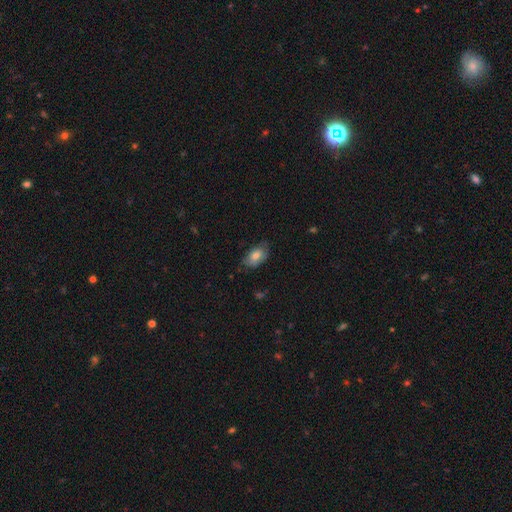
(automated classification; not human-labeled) Smooth or featured? Predicted: smooth (p=0.76). How rounded? Predicted: in between (p=0.91). Merging? Predicted: none (p=0.68).